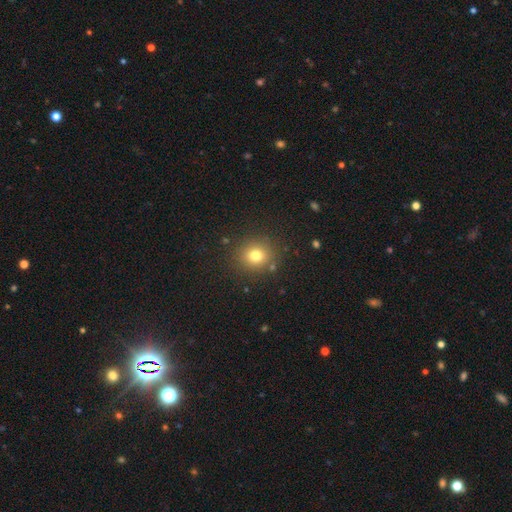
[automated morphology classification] A smooth galaxy with no disk features (77%) that is round (86%).

Vote fractions:
- Smooth or featured? smooth: 77% / star or artifact: 15% / featured or disk: 8%
- How rounded? round: 86% / in between: 13% / cigar-shaped: 1%
- Merging? none: 86% / minor disturbance: 8% / major disturbance: 3% / merger: 3%